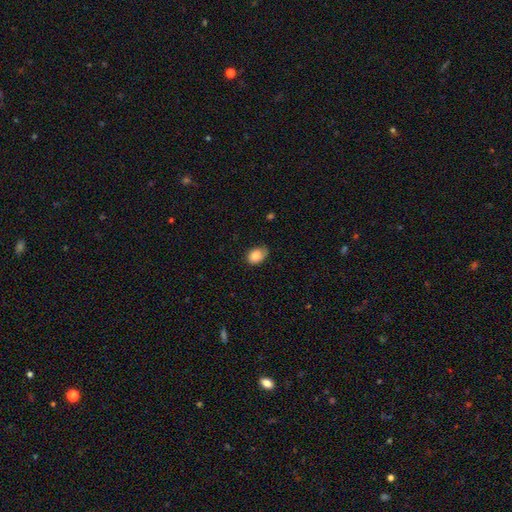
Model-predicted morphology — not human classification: This is clearly a smooth galaxy (82%). How rounded: likely in between (70%). Merging: possibly none (53%).